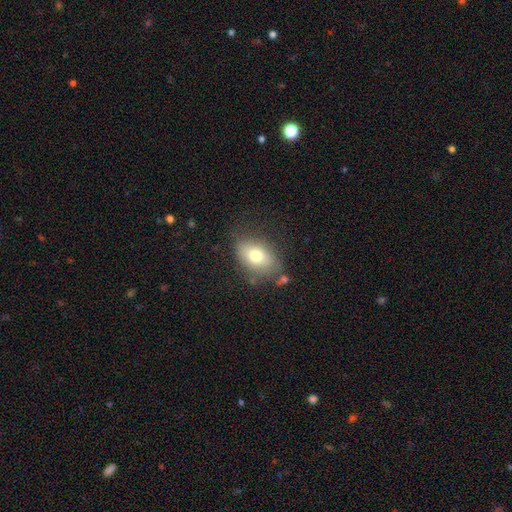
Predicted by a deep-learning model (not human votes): The model was most divided on "merging": none: 72%, minor disturbance: 19%, major disturbance: 6%, merger: 4%. More confident: how rounded — in between (85%); smooth or featured — smooth (73%).